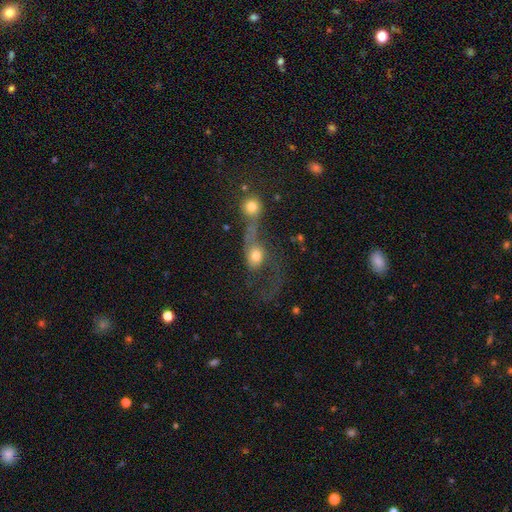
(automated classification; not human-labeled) Smooth or featured: smooth — 58% (featured or disk — 31%)
How rounded: round — 52% (in between — 44%)
Merging: merger — 61% (major disturbance — 20%)